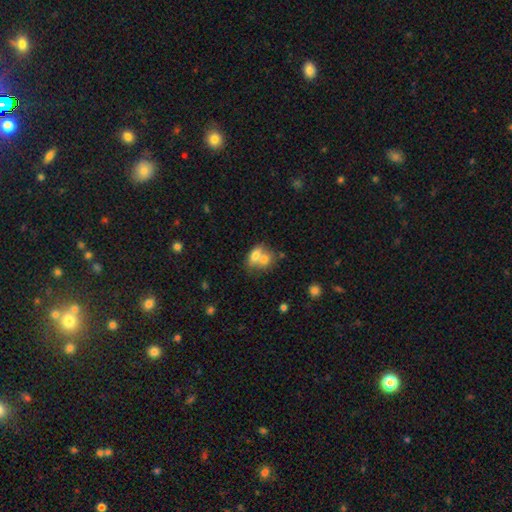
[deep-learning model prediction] Q: Smooth or featured?
A: smooth (71%); runner-up: featured or disk (21%)
Q: How rounded?
A: in between (74%); runner-up: round (22%)
Q: Merging?
A: merger (67%); runner-up: none (22%)